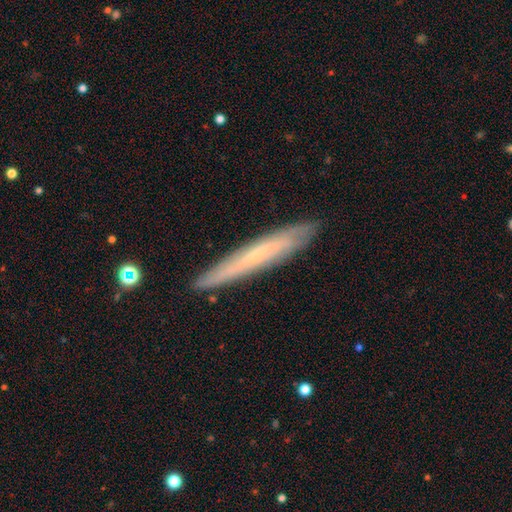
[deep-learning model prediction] The model was most divided on "smooth or featured": featured or disk: 53%, smooth: 40%, star or artifact: 7%. More confident: merging — none (87%); edge-on disk — yes (81%).